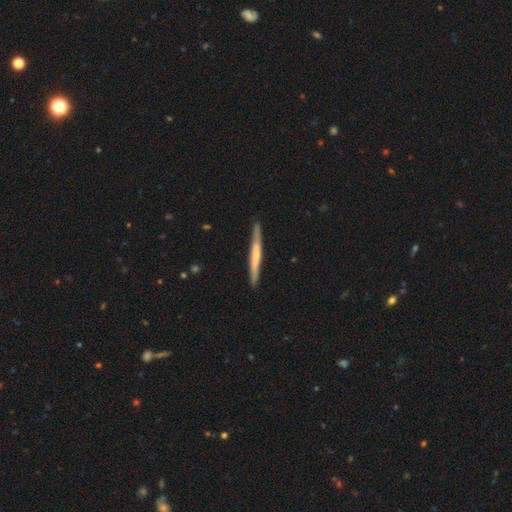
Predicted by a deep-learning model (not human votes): Smooth or featured?
  - smooth: 48% *
  - featured or disk: 47%
  - star or artifact: 5%
Merging?
  - none: 89% *
  - minor disturbance: 8%
  - major disturbance: 1%
  - merger: 1%